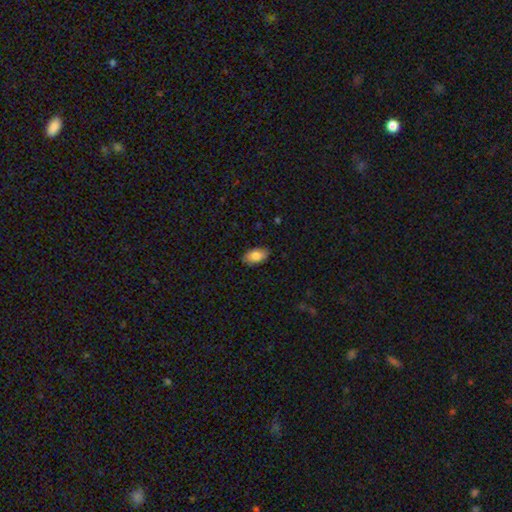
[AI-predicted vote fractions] A smooth galaxy with no disk features (86%) that is in between round and cigar-shaped (93%). Merging: none (86%).